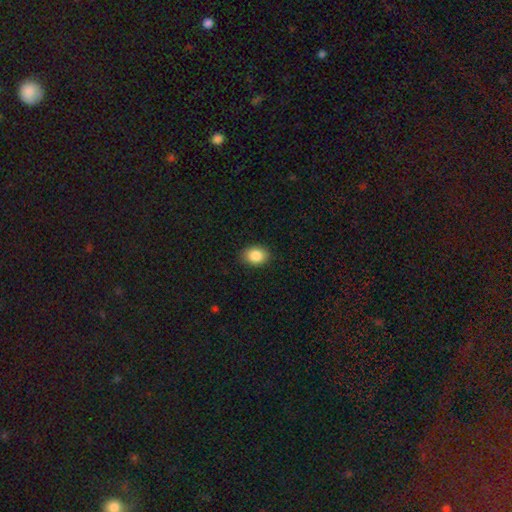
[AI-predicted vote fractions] This is clearly a smooth galaxy (87%). How rounded: likely in between (63%). Merging: clearly none (88%).